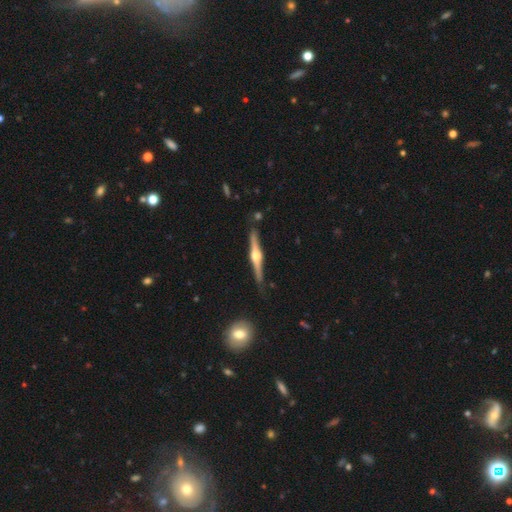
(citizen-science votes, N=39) This appears to be a featured or disk galaxy (90%) viewed edge-on (97%) with a rounded central bulge (91%). Merging: none (74%).